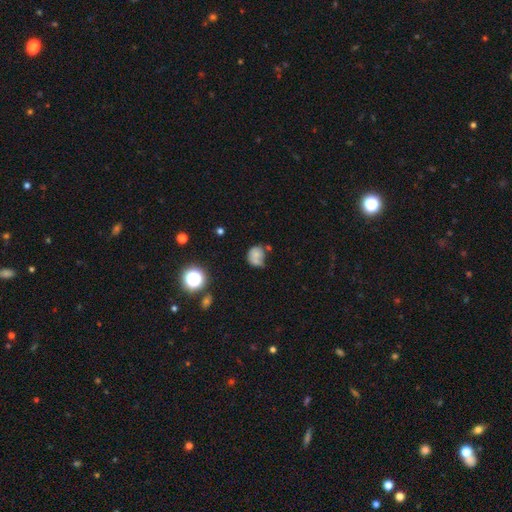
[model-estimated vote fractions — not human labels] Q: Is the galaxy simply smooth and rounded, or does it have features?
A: smooth — 65%.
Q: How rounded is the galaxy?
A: round — 62%.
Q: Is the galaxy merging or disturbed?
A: none — 37%.